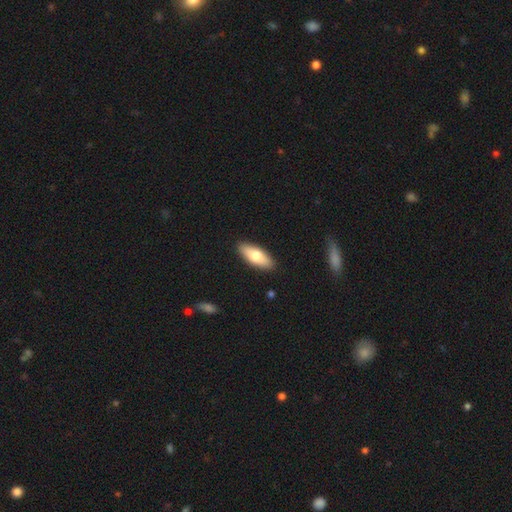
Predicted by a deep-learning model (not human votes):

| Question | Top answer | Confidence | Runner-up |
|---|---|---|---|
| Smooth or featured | smooth | 73% | featured or disk (22%) |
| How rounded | in between | 74% | cigar-shaped (24%) |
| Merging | none | 89% | minor disturbance (8%) |